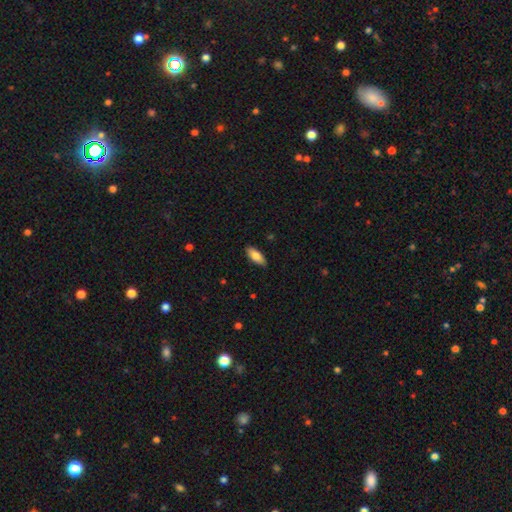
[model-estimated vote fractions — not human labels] smooth 80%, featured or disk 14%, star or artifact 6%. Down the decision tree: how rounded — in between (79%); merging — none (88%).